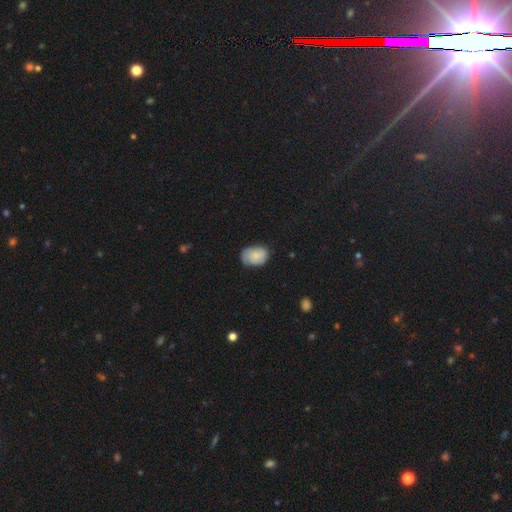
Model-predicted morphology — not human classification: Smooth or featured?
  - smooth: 67% *
  - featured or disk: 26%
  - star or artifact: 8%
How rounded?
  - in between: 80% *
  - round: 19%
  - cigar-shaped: 1%
Merging?
  - none: 64% *
  - minor disturbance: 28%
  - major disturbance: 6%
  - merger: 1%